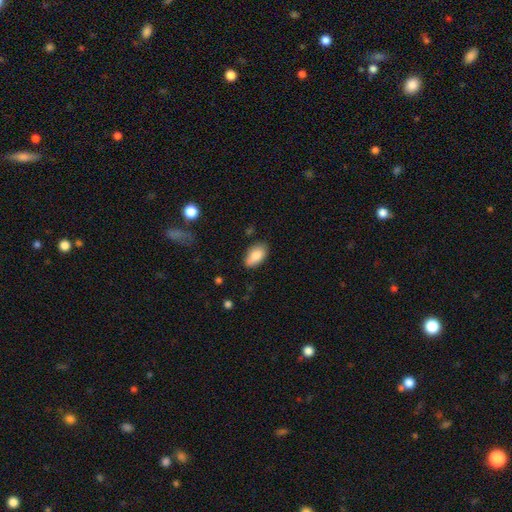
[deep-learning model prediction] A smooth galaxy with no disk features (85%) that is in between round and cigar-shaped (93%). Merging: none (78%).